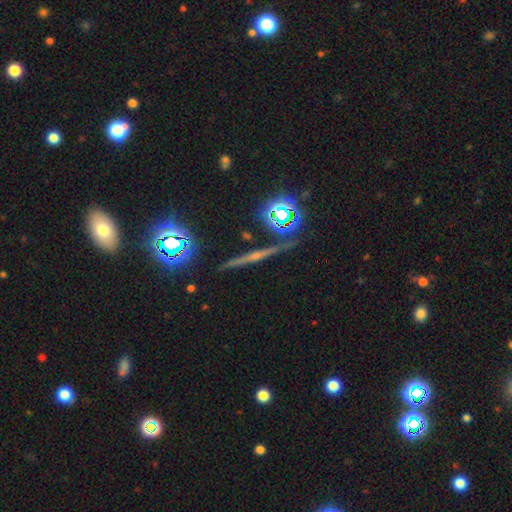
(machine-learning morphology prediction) This is possibly a featured or disk galaxy (52%). It is clearly viewed edge-on (94%). Merging: clearly none (87%).